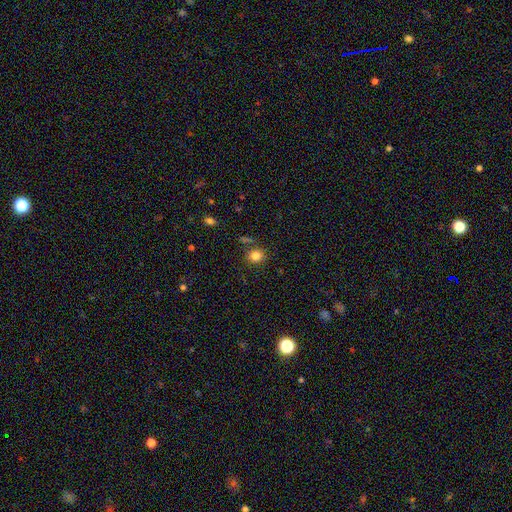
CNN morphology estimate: smooth 83%, star or artifact 12%, featured or disk 6%. Down the decision tree: how rounded — round (77%); merging — none (77%).